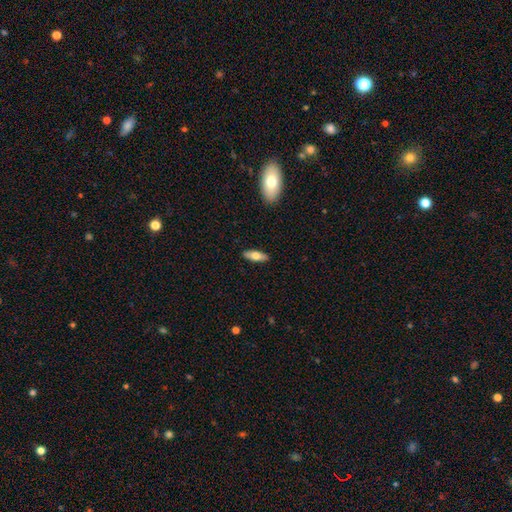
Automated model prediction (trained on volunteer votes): This is likely a smooth galaxy (66%). How rounded: likely in between (66%). Merging: clearly none (89%).